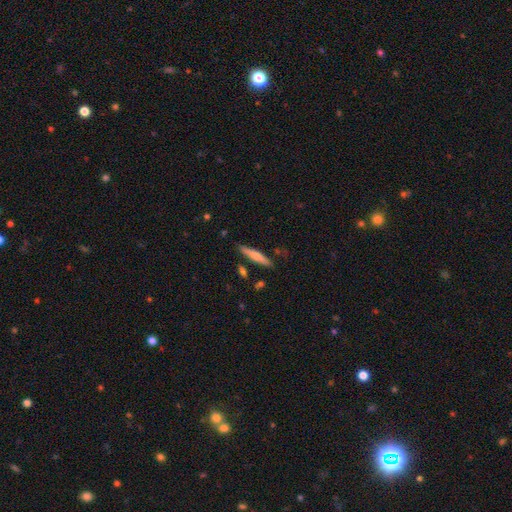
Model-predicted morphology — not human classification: smooth_or_featured: smooth (p=0.66) [alt: featured or disk p=0.28]
how_rounded: cigar-shaped (p=0.91) [alt: in between p=0.08]
merging: none (p=0.84) [alt: minor disturbance p=0.11]